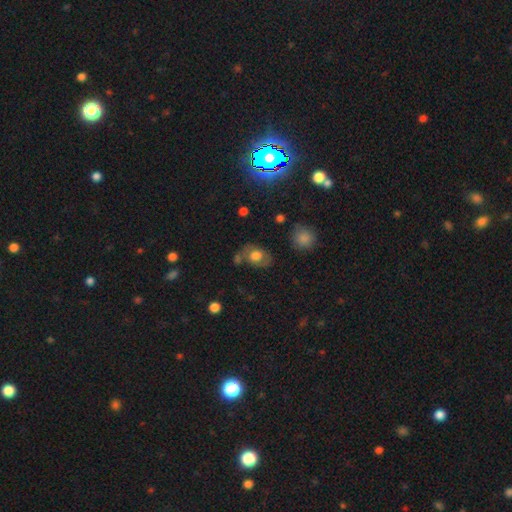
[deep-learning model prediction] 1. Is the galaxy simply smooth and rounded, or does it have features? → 61% smooth, 29% featured or disk, 10% star or artifact.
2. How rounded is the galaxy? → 69% in between, 30% round, 2% cigar-shaped.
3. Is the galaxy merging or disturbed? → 56% none, 22% minor disturbance, 12% merger, 10% major disturbance.